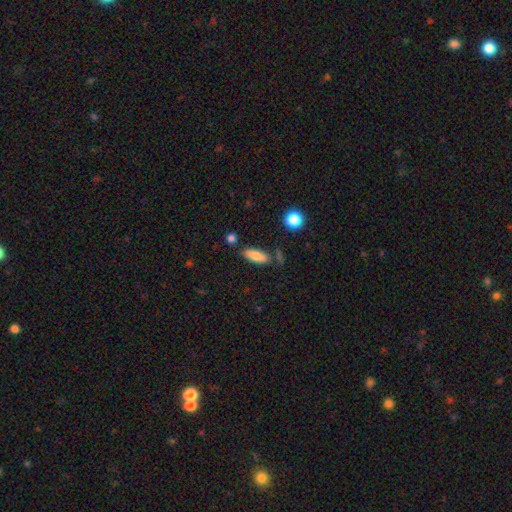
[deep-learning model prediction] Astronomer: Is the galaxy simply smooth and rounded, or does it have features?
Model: smooth — 81%.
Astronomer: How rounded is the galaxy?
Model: in between — 70%.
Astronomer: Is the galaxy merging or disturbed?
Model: none — 75%.